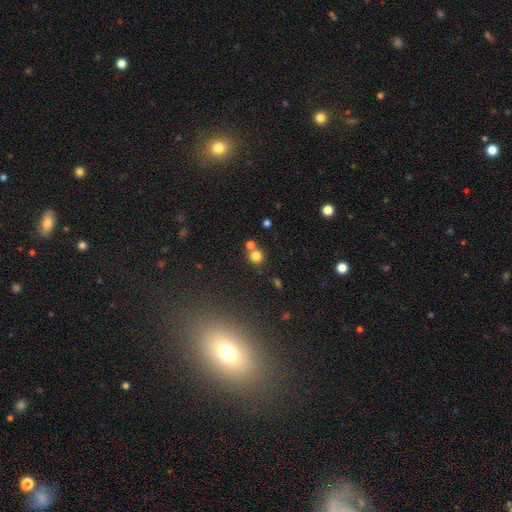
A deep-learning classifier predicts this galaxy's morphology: Smooth or featured: smooth — 78% (star or artifact — 14%)
How rounded: round — 88% (in between — 11%)
Merging: none — 62% (merger — 27%)